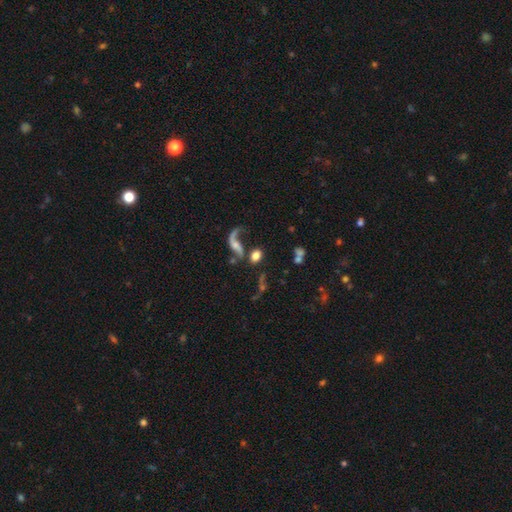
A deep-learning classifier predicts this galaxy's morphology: A smooth galaxy with no disk features (50%).

Vote fractions:
- Smooth or featured? smooth: 50% / featured or disk: 37% / star or artifact: 13%
- Merging? none: 48% / merger: 20% / major disturbance: 18% / minor disturbance: 14%